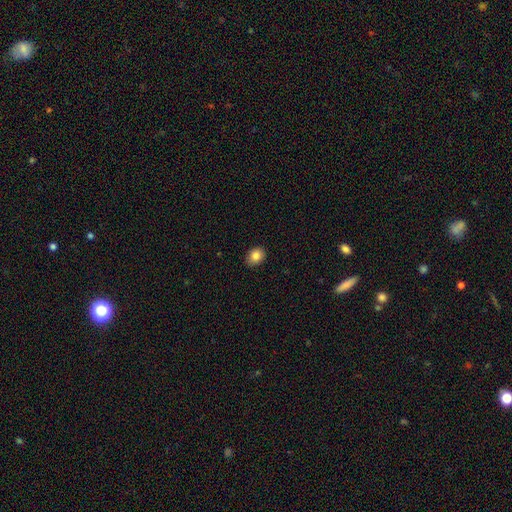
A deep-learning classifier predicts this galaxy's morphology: Smooth or featured: smooth — 85% (star or artifact — 9%)
How rounded: in between — 62% (round — 37%)
Merging: none — 87% (minor disturbance — 11%)